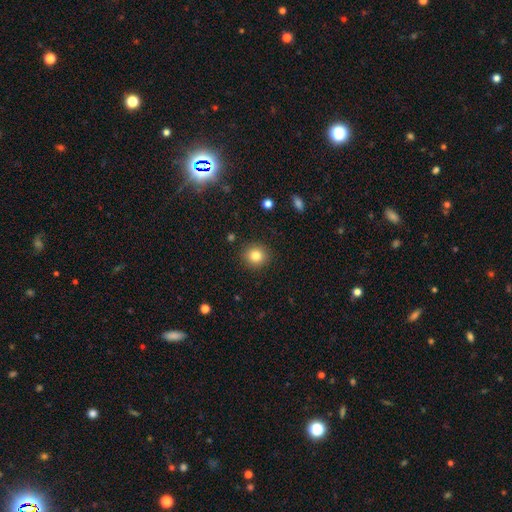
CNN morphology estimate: This is clearly a smooth galaxy (83%). How rounded: clearly round (89%). Merging: clearly none (90%).